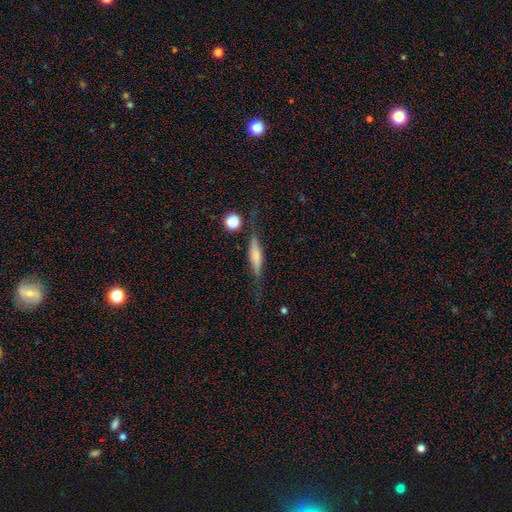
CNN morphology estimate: type=featured or disk (49%); merging=none (69%).